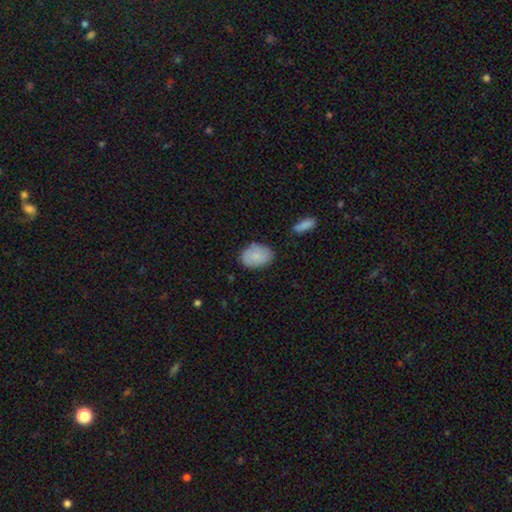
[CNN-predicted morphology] Smooth or featured: smooth — 86% (featured or disk — 8%)
How rounded: in between — 84% (round — 15%)
Merging: none — 77% (minor disturbance — 16%)